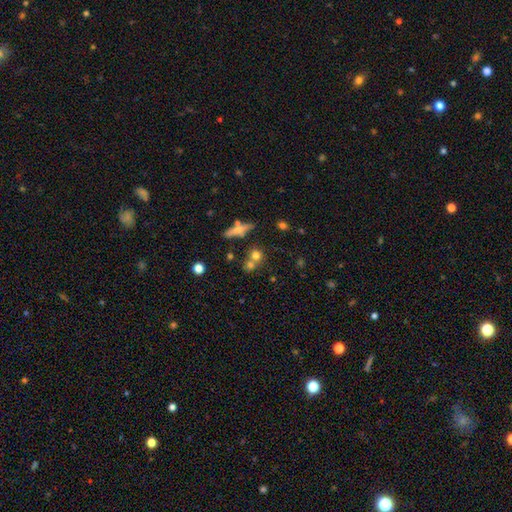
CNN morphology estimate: The model was most divided on "merging": none: 49%, merger: 39%, minor disturbance: 9%, major disturbance: 4%. More confident: how rounded — round (76%); smooth or featured — smooth (67%).